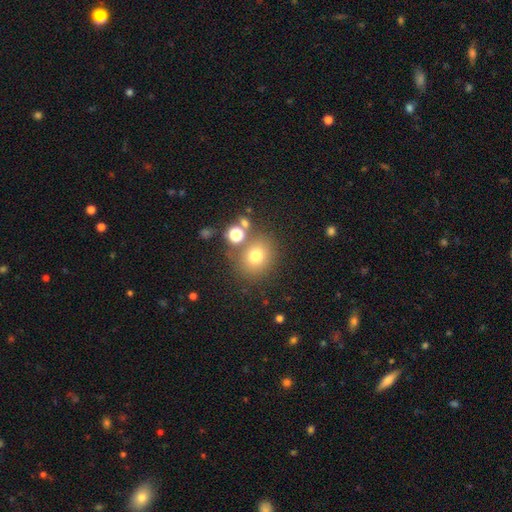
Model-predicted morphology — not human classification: type=smooth (74%); roundness=round (76%); merging=none (72%).